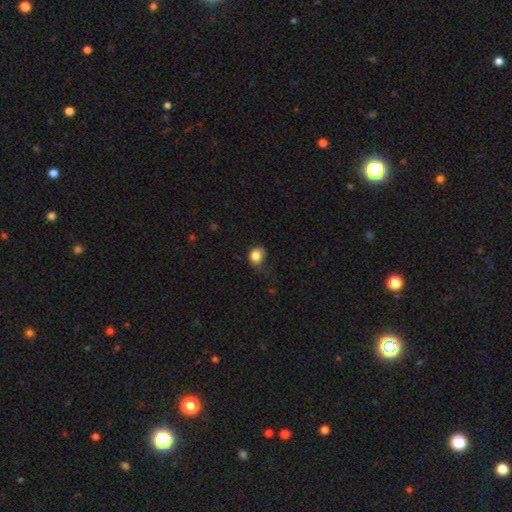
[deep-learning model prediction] smooth-or-featured: smooth: 84% | star or artifact: 10% | featured or disk: 6%
  how-rounded: round: 62% | in between: 37% | cigar-shaped: 1%
  merging: none: 47% | minor disturbance: 36% | major disturbance: 15% | merger: 2%